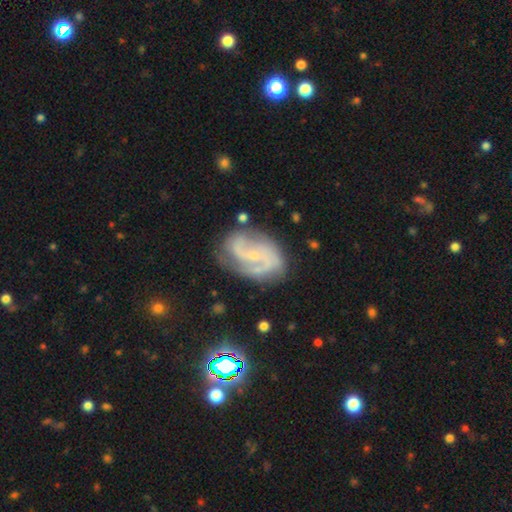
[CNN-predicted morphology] Q: Smooth or featured?
A: featured or disk (82%); runner-up: smooth (10%)
Q: Edge-on disk?
A: no (97%); runner-up: yes (3%)
Q: Bar?
A: no (49%); runner-up: weak (40%)
Q: Spiral arms?
A: yes (95%); runner-up: no (5%)
Q: Spiral winding?
A: medium (48%); runner-up: tight (30%)
Q: Spiral arm count?
A: 2 (69%); runner-up: can't tell (12%)
Q: Bulge size?
A: small (74%); runner-up: moderate (16%)
Q: Merging?
A: none (69%); runner-up: minor disturbance (19%)